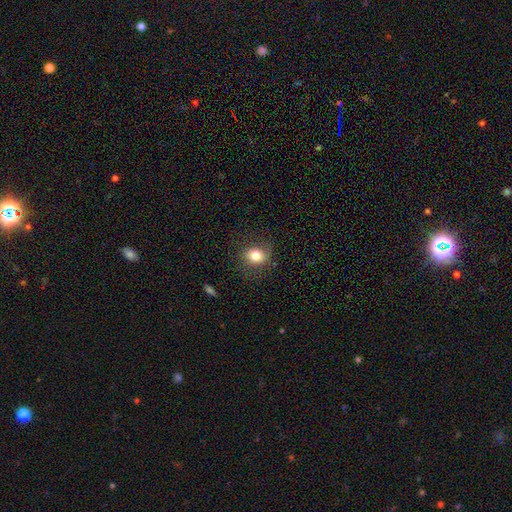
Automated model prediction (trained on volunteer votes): A smooth galaxy with no disk features (79%) that is round (67%).

Vote fractions:
- Smooth or featured? smooth: 79% / featured or disk: 11% / star or artifact: 10%
- How rounded? round: 67% / in between: 32% / cigar-shaped: 1%
- Merging? none: 76% / minor disturbance: 16% / major disturbance: 7% / merger: 1%